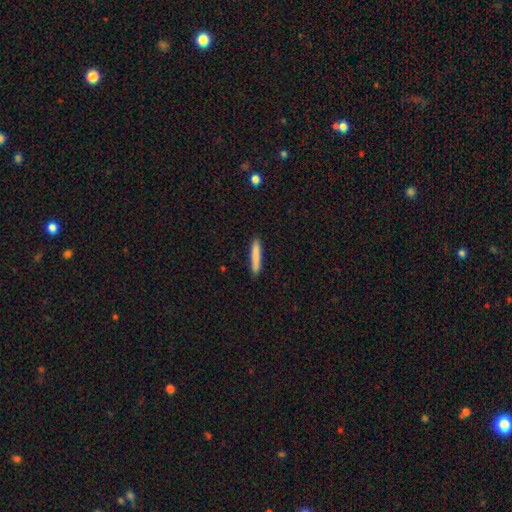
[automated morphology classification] This appears to be a smooth galaxy with no disk features (83%) that is cigar-shaped (93%). Merging: none (90%).